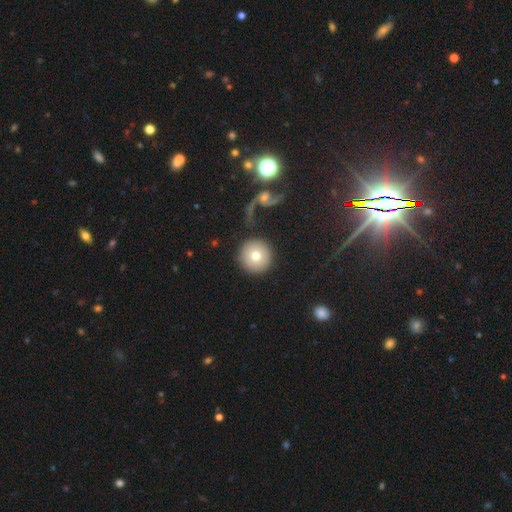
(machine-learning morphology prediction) Overall: smooth (75%). How rounded: round (96%). Merging: none (87%).